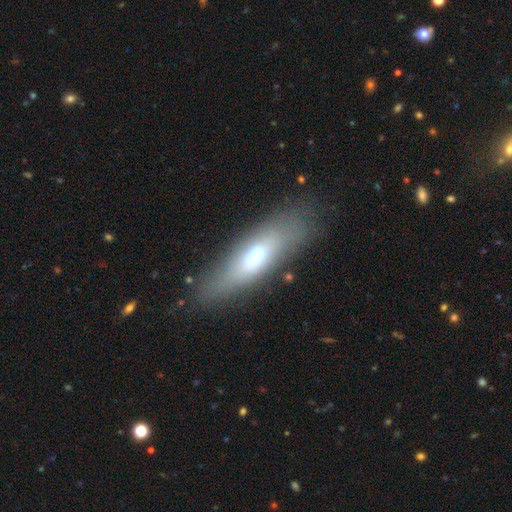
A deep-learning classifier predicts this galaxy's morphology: This appears to be a smooth galaxy with no disk features (56%) that is in between round and cigar-shaped (51%). Merging: none (81%).